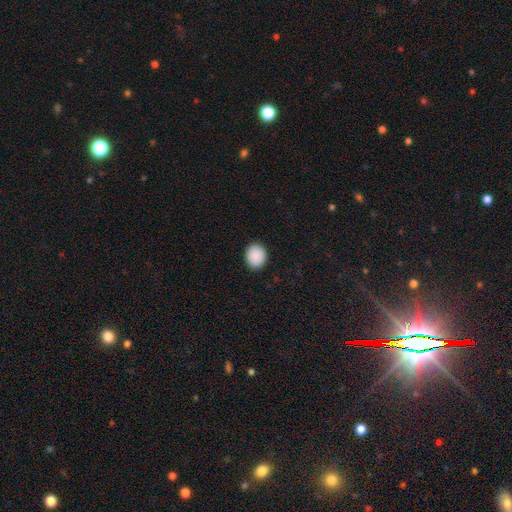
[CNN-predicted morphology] Q: Smooth or featured?
A: smooth (90%); runner-up: star or artifact (7%)
Q: How rounded?
A: round (68%); runner-up: in between (31%)
Q: Merging?
A: none (91%); runner-up: minor disturbance (7%)